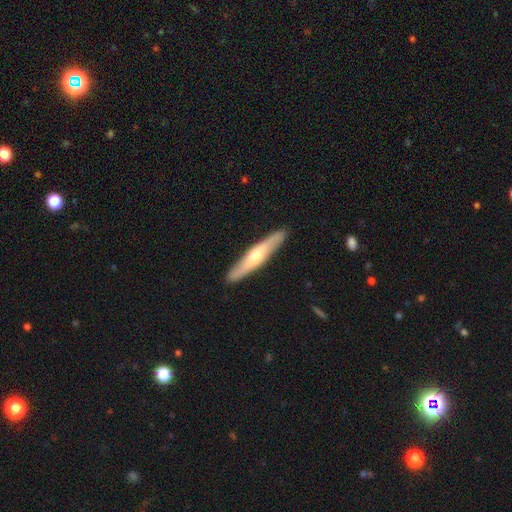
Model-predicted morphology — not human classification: This appears to be a featured or disk galaxy (53%) viewed edge-on (82%). Merging: none (90%).